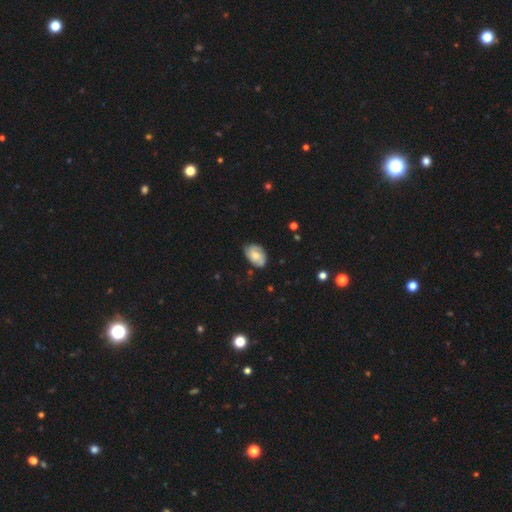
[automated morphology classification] Overall: smooth (49%; featured or disk 44%). Merging: none (67%).